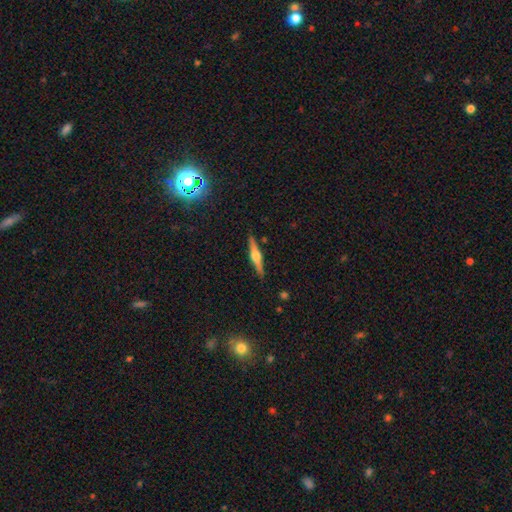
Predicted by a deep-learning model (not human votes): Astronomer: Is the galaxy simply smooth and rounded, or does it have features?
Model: featured or disk — 75%.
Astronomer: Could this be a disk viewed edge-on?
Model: yes — 98%.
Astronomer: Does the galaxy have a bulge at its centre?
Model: rounded — 94%.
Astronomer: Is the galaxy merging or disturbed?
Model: none — 90%.